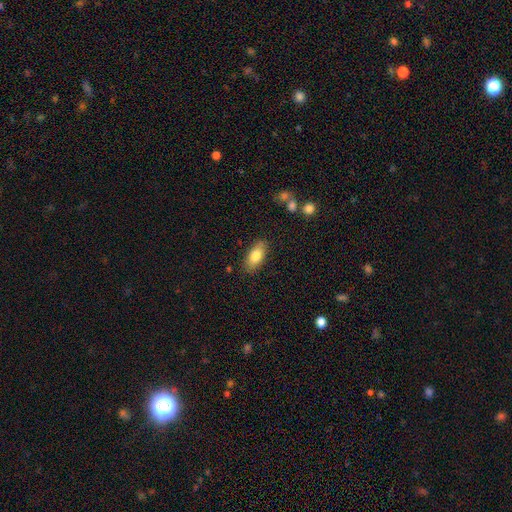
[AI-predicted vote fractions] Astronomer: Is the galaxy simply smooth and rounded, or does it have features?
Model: smooth — 80%.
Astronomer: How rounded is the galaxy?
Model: in between — 87%.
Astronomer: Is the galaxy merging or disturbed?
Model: none — 84%.